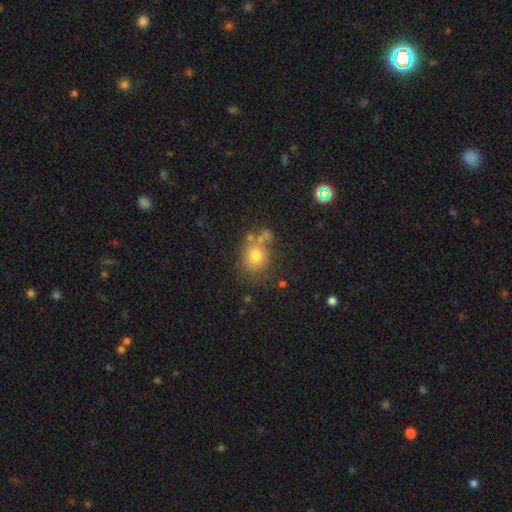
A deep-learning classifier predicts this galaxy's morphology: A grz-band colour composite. It shows a smooth galaxy with no disk features (73%) that is round (67%). Merging: none (56%).